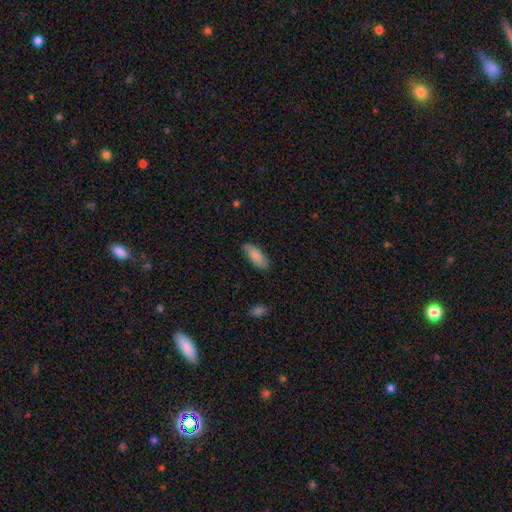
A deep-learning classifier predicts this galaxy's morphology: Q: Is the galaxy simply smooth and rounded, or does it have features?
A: smooth — 81%.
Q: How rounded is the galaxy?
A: in between — 75%.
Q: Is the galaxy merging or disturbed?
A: none — 79%.